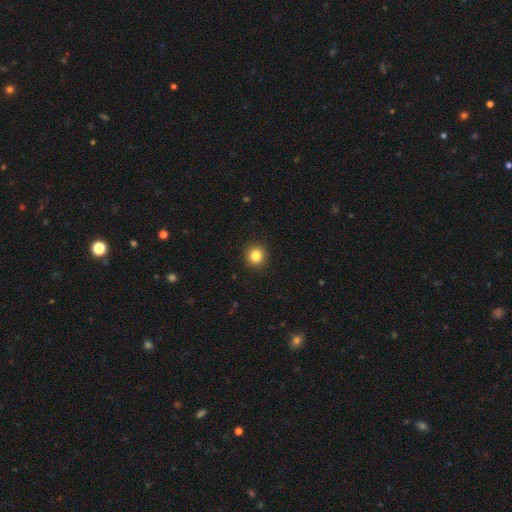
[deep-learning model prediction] Morphology: type=smooth (84%); roundness=round (94%); merging=none (92%).